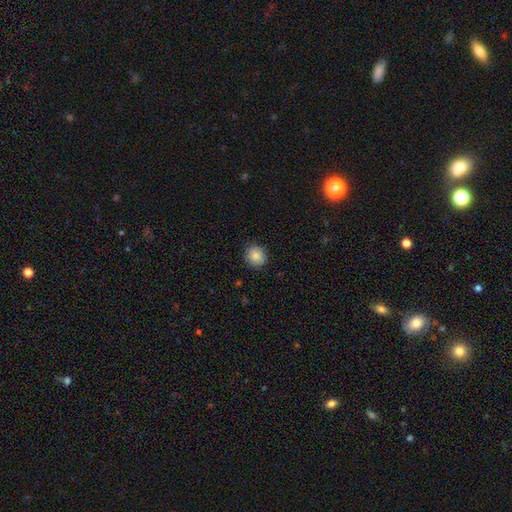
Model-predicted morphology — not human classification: smooth 86%, star or artifact 9%, featured or disk 5%. Down the decision tree: how rounded — round (78%); merging — none (87%).